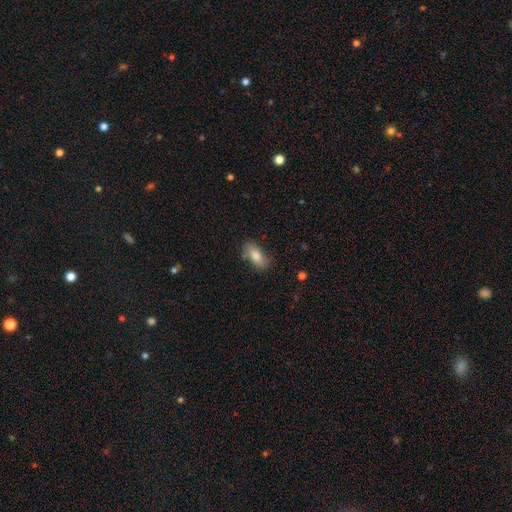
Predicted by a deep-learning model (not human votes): Smooth or featured? Predicted: smooth (p=0.79). How rounded? Predicted: in between (p=0.85). Merging? Predicted: none (p=0.81).